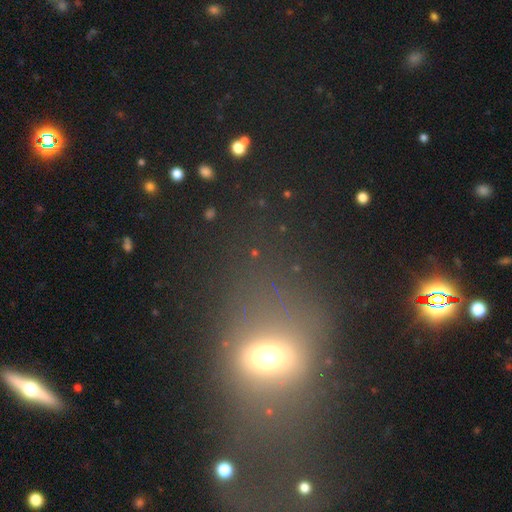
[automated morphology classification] star or artifact 42%, smooth 37%, featured or disk 21%.